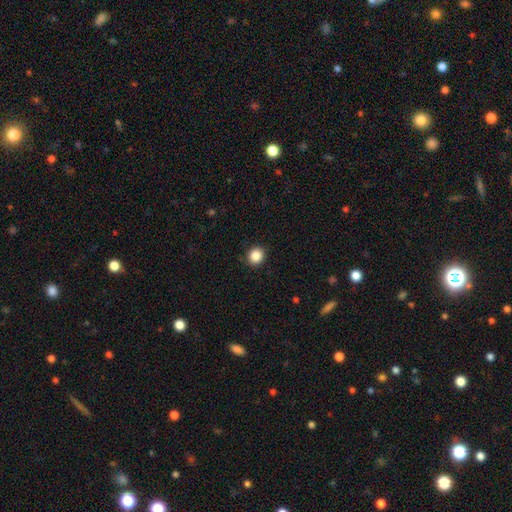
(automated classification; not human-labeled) Smooth or featured: smooth — 87% (star or artifact — 10%)
How rounded: round — 86% (in between — 13%)
Merging: none — 91% (minor disturbance — 7%)